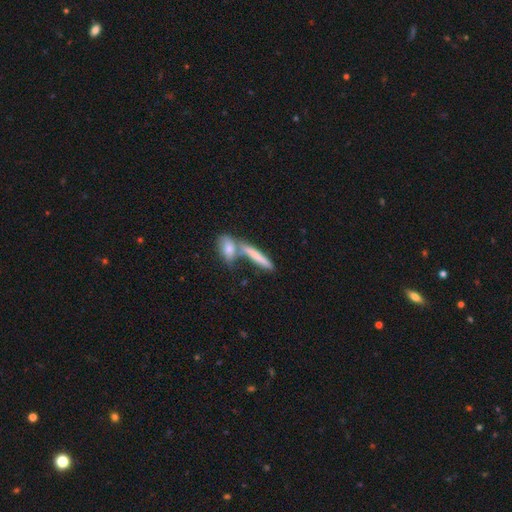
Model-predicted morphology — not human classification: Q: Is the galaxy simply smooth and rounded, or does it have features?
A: smooth — 66%.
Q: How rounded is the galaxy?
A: cigar-shaped — 79%.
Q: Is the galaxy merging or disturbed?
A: none — 43%.